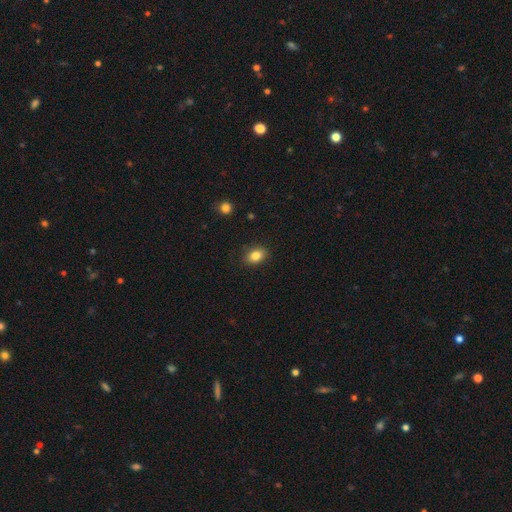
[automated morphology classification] The model was most divided on "how rounded": in between: 77%, round: 22%, cigar-shaped: 1%. More confident: merging — none (87%); smooth or featured — smooth (84%).